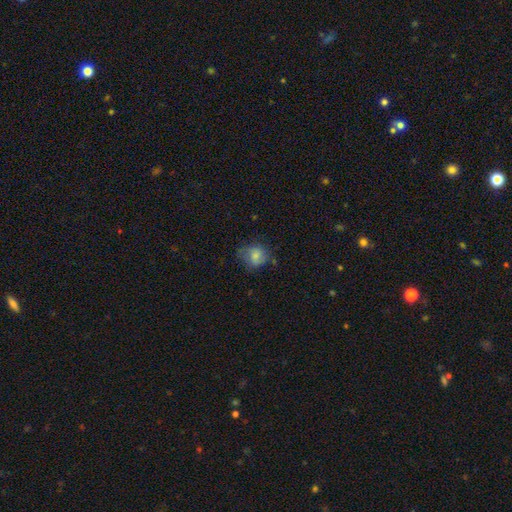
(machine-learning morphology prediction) This is likely a smooth galaxy (76%). How rounded: likely round (71%). Merging: possibly none (59%).